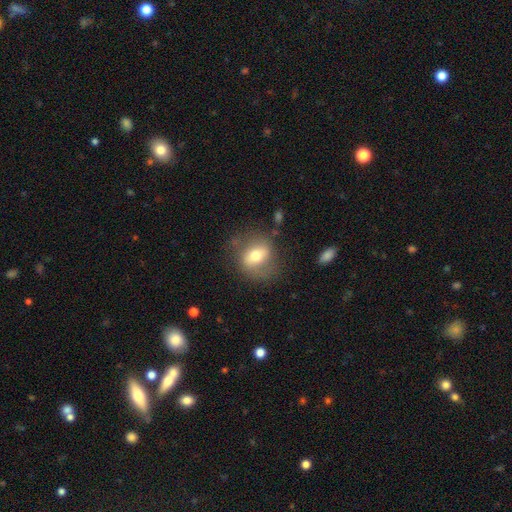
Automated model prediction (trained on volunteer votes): A smooth galaxy with no disk features (56%) that is in between round and cigar-shaped (50%).

Vote fractions:
- Smooth or featured? smooth: 56% / featured or disk: 36% / star or artifact: 8%
- How rounded? in between: 50% / round: 48% / cigar-shaped: 2%
- Merging? none: 67% / minor disturbance: 20% / major disturbance: 10% / merger: 3%